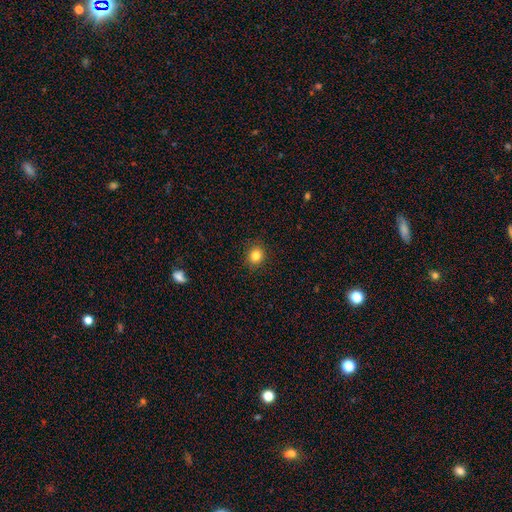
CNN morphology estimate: Overall: smooth (83%). How rounded: round (80%). Merging: none (91%).